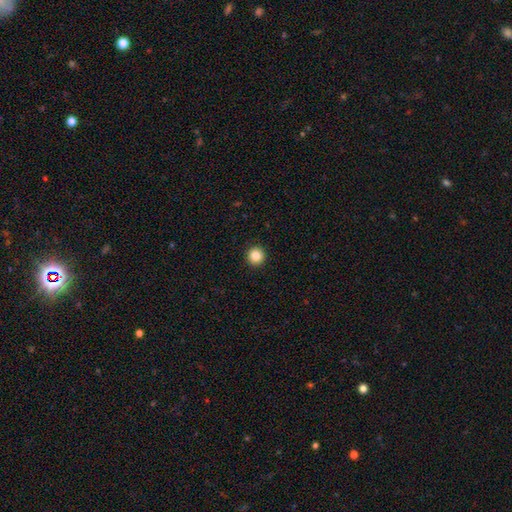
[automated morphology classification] Smooth or featured: smooth — 85% (star or artifact — 10%)
How rounded: round — 95% (in between — 4%)
Merging: none — 93% (minor disturbance — 4%)